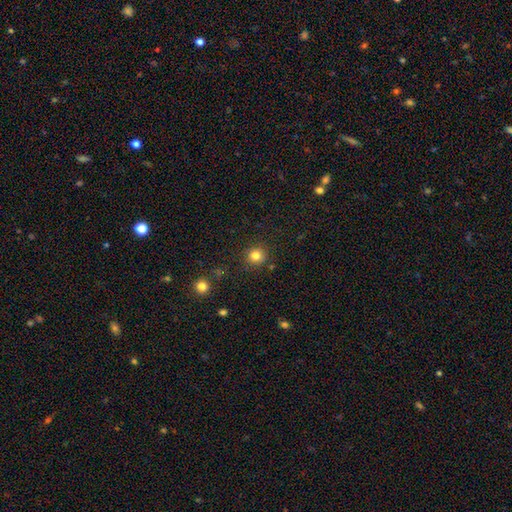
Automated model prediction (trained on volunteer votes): Smooth or featured? smooth (81%)
How rounded? round (92%)
Merging? none (89%)